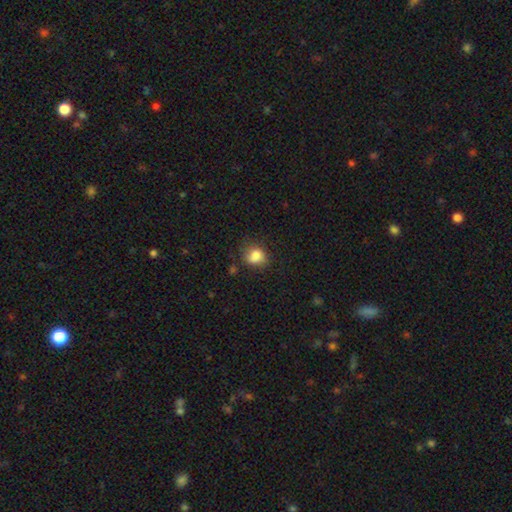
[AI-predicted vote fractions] Smooth or featured? smooth (82%)
How rounded? round (59%)
Merging? none (58%)